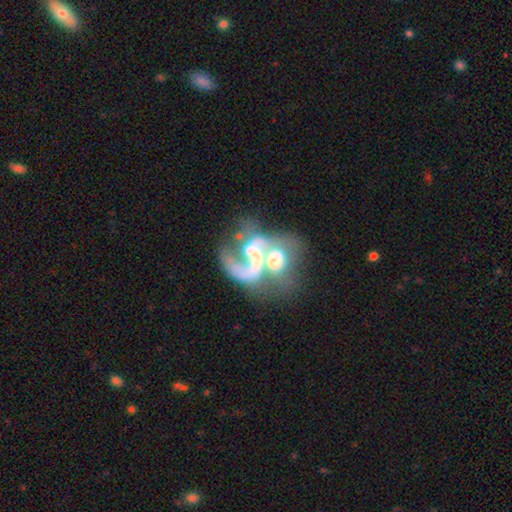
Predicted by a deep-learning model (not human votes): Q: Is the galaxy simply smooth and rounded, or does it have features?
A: featured or disk — 77%.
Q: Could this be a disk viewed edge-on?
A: no — 98%.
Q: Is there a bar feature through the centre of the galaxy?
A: no — 52%.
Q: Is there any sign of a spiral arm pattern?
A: yes — 77%.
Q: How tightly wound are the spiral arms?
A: loose — 64%.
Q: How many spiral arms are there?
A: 2 — 44%.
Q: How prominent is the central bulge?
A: moderate — 33%.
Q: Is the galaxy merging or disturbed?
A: merger — 57%.